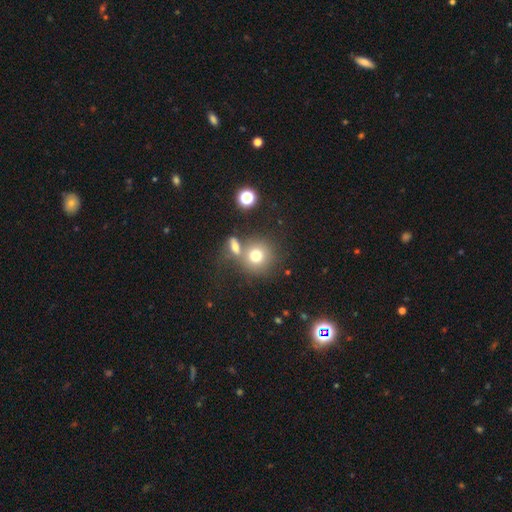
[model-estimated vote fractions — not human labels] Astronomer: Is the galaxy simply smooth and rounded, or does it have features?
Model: smooth — 73%.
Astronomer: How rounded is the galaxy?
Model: round — 88%.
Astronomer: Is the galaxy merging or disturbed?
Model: none — 57%.